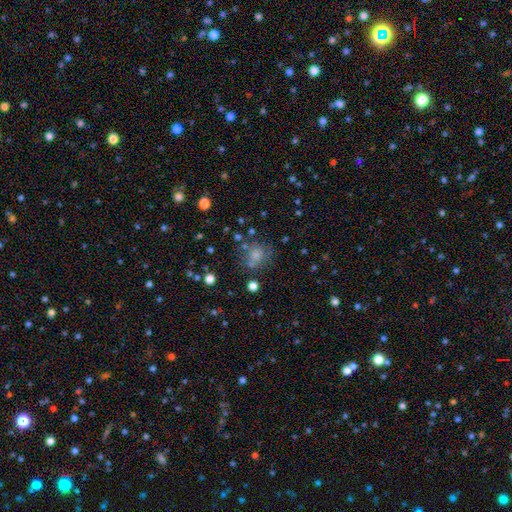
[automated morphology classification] This appears to be a smooth galaxy with no disk features (71%) that is round (81%). Merging: none (65%).